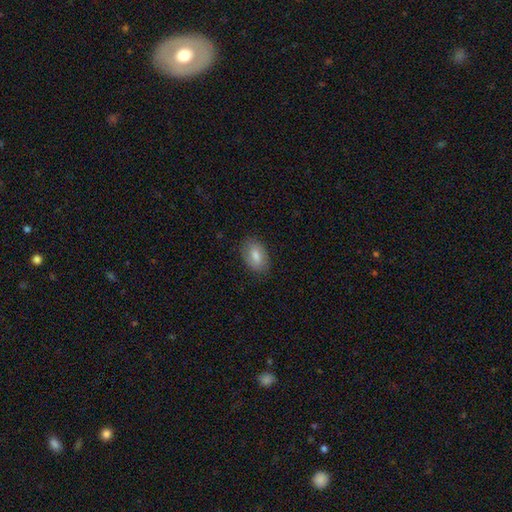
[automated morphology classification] Q: Smooth or featured?
A: smooth (76%); runner-up: featured or disk (15%)
Q: How rounded?
A: in between (89%); runner-up: round (9%)
Q: Merging?
A: none (85%); runner-up: minor disturbance (11%)